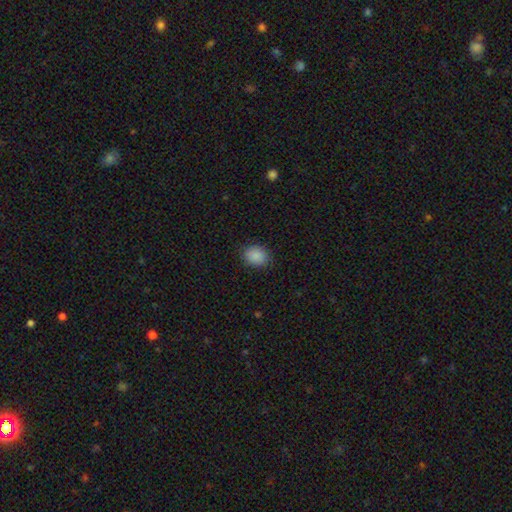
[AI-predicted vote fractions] This is clearly a smooth galaxy (89%). How rounded: possibly in between (50%). Merging: clearly none (86%).